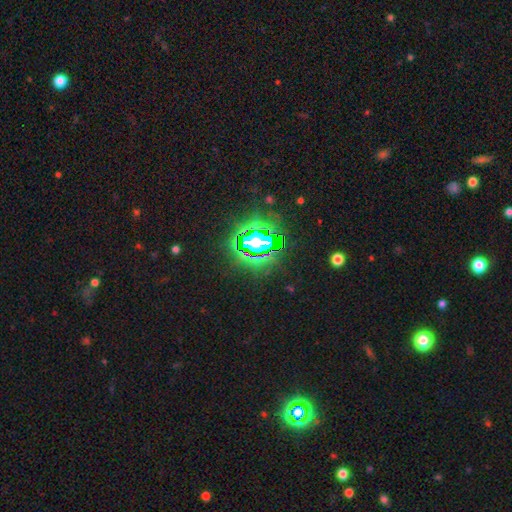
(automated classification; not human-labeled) Overall: star or artifact (77%).